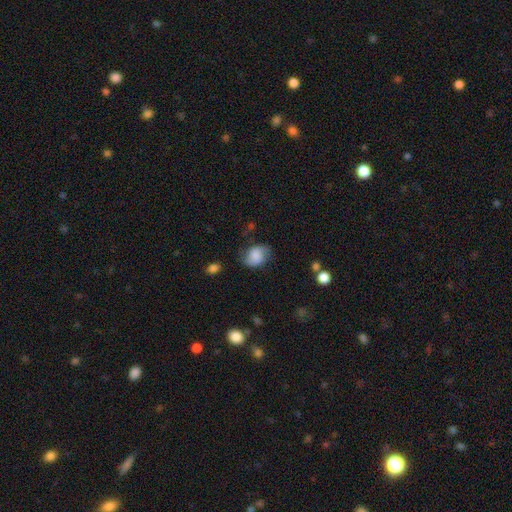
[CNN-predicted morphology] This appears to be a smooth galaxy with no disk features (65%) that is in between round and cigar-shaped (63%). Merging: none (65%).